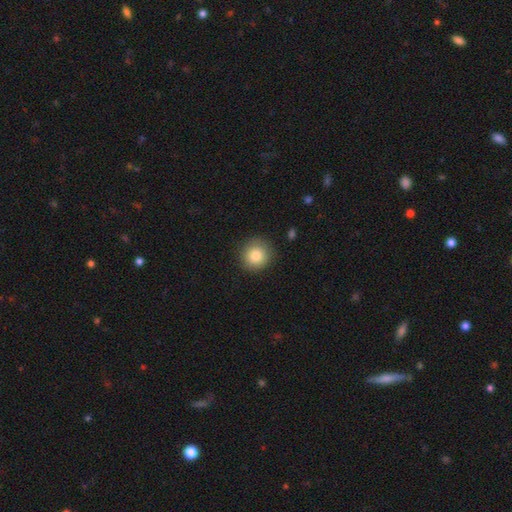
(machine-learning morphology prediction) smooth_or_featured: smooth (p=0.83) [alt: star or artifact p=0.09]
how_rounded: round (p=0.92) [alt: in between p=0.07]
merging: none (p=0.88) [alt: minor disturbance p=0.08]